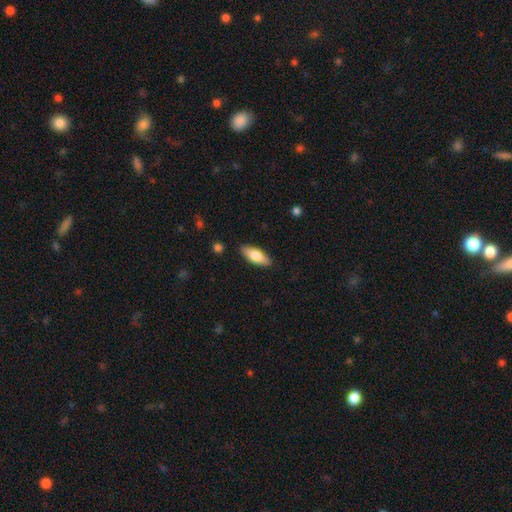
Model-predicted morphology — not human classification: smooth_or_featured: smooth (p=0.74) [alt: featured or disk p=0.20]
how_rounded: in between (p=0.75) [alt: cigar-shaped p=0.23]
merging: none (p=0.88) [alt: minor disturbance p=0.09]